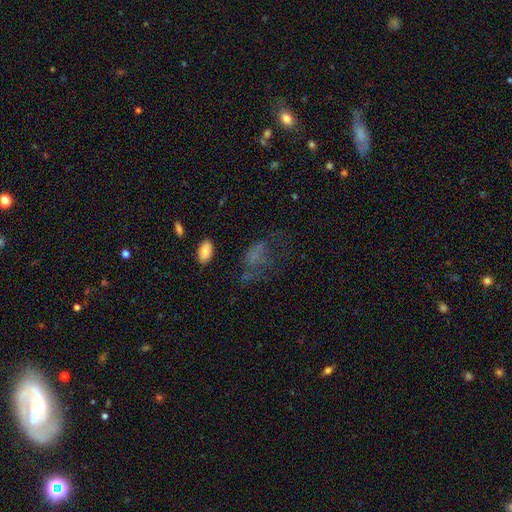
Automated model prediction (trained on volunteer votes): Smooth or featured: smooth — 52% (featured or disk — 26%)
How rounded: in between — 81% (round — 15%)
Merging: major disturbance — 39% (none — 37%)